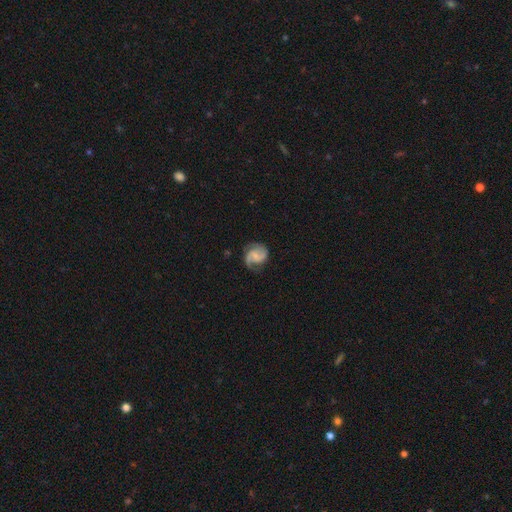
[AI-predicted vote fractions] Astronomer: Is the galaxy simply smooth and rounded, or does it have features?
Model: featured or disk — 82%.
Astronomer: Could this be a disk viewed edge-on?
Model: no — 98%.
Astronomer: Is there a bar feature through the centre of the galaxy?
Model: no — 52% (runner-up: weak, 39%).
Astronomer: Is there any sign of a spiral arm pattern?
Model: yes — 97%.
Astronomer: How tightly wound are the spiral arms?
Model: medium — 51% (runner-up: tight, 29%).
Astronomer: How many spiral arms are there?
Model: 2 — 83%.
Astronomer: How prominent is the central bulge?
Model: small — 54%.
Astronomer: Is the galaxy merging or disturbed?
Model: none — 72%.